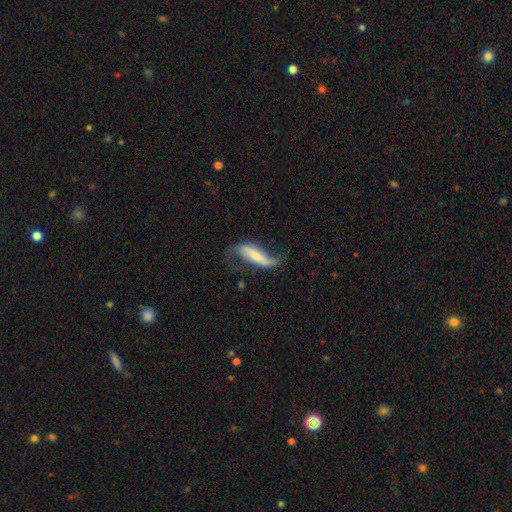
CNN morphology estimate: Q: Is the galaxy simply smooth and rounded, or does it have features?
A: featured or disk — 72%.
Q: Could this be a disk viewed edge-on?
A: no — 82%.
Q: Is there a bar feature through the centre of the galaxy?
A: strong — 47%.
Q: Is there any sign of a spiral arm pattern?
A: yes — 88%.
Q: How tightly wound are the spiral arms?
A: loose — 85%.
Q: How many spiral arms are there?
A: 2 — 85%.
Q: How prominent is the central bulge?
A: small — 57%.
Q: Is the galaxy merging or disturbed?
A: none — 51%.